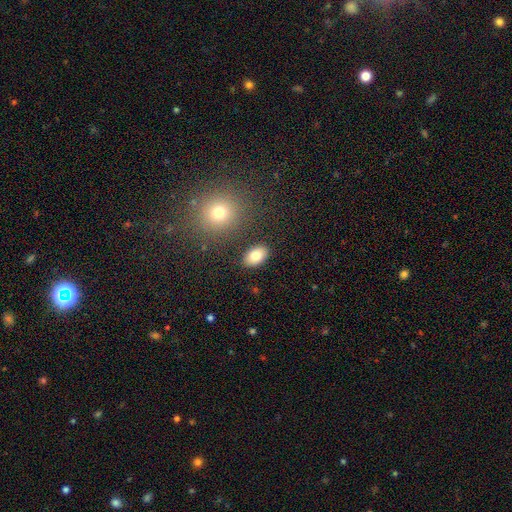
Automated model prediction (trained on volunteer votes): Smooth or featured? smooth (80%)
How rounded? in between (88%)
Merging? none (86%)